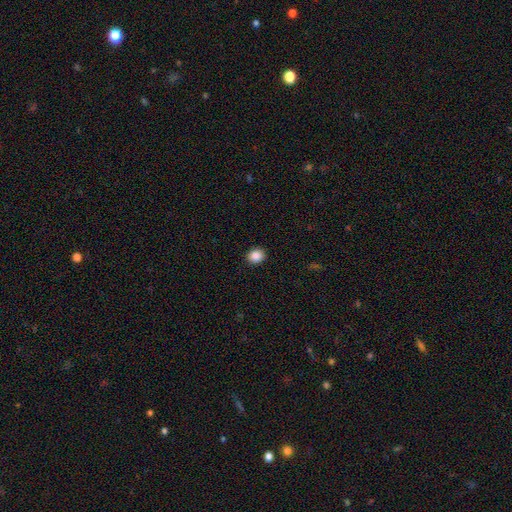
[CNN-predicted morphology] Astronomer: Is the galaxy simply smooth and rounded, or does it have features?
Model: smooth — 87%.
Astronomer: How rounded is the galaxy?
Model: round — 75%.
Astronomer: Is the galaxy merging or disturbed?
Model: none — 91%.